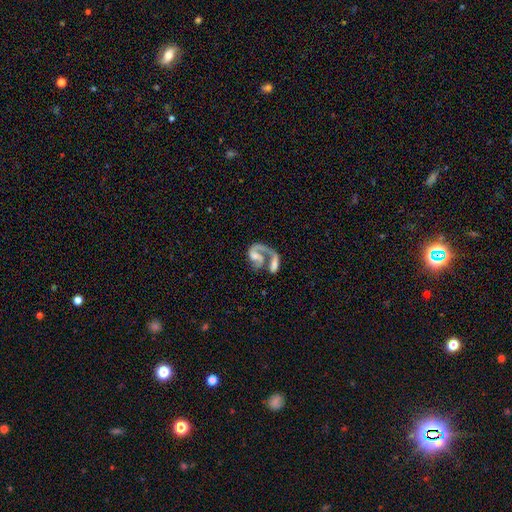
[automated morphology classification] Q: Smooth or featured?
A: featured or disk (77%); runner-up: smooth (16%)
Q: Edge-on disk?
A: no (97%); runner-up: yes (3%)
Q: Bar?
A: no (56%); runner-up: weak (31%)
Q: Spiral arms?
A: yes (87%); runner-up: no (13%)
Q: Spiral winding?
A: loose (46%); runner-up: medium (38%)
Q: Spiral arm count?
A: 1 (61%); runner-up: 2 (32%)
Q: Bulge size?
A: none (30%); runner-up: moderate (29%)
Q: Merging?
A: merger (47%); runner-up: major disturbance (23%)